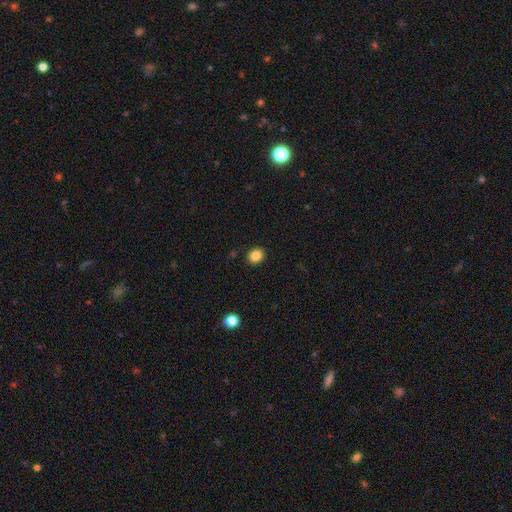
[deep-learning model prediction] Overall: smooth (85%). How rounded: round (69%; in between 30%). Merging: none (90%).